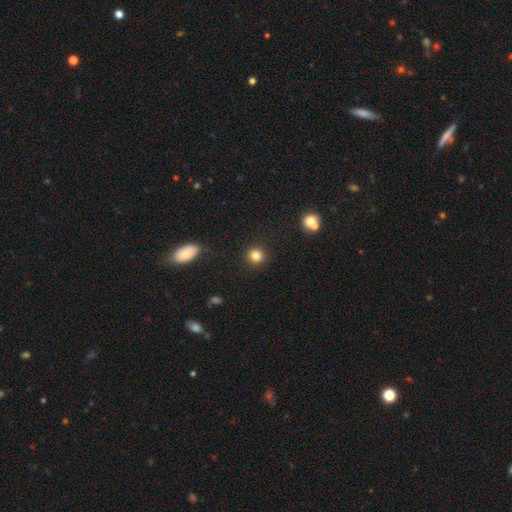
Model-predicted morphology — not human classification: Smooth or featured? smooth (83%)
How rounded? round (90%)
Merging? none (90%)